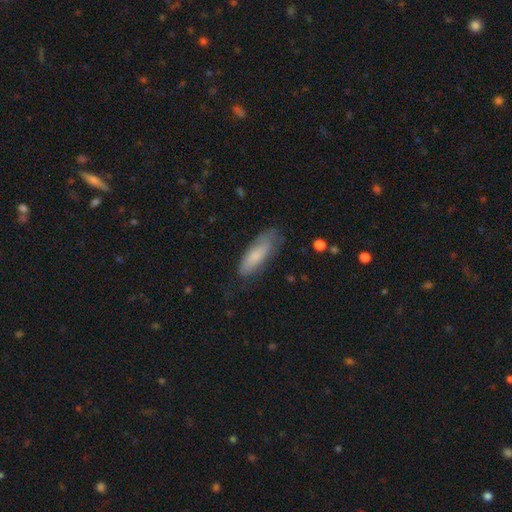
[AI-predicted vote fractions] A smooth galaxy with no disk features (75%) that is in between round and cigar-shaped (52%).

Vote fractions:
- Smooth or featured? smooth: 75% / featured or disk: 19% / star or artifact: 6%
- How rounded? in between: 52% / cigar-shaped: 46% / round: 2%
- Merging? none: 66% / minor disturbance: 25% / major disturbance: 7% / merger: 2%